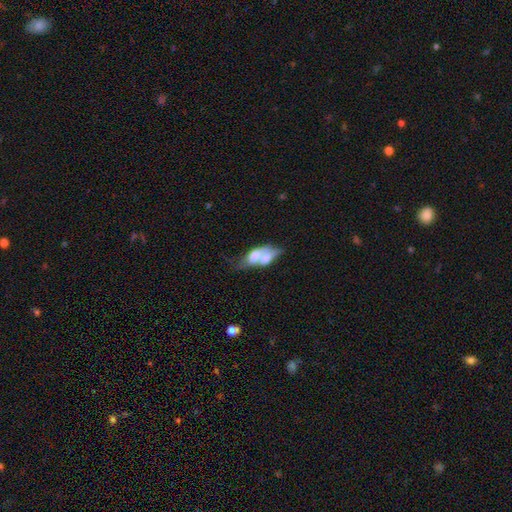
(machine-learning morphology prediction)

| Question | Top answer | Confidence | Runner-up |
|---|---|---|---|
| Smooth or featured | smooth | 52% | featured or disk (40%) |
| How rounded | in between | 79% | cigar-shaped (12%) |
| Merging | merger | 72% | none (11%) |